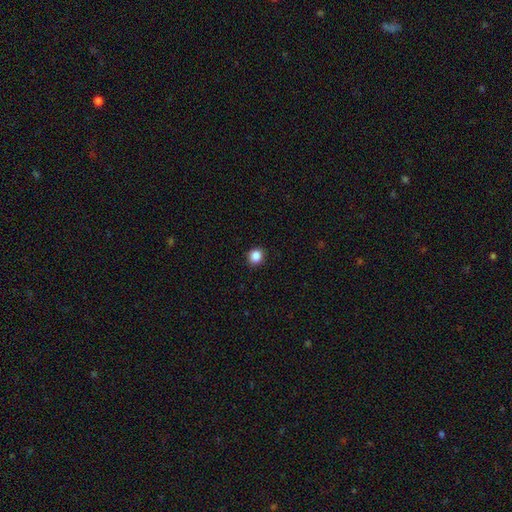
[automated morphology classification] Smooth or featured?
  - smooth: 86% *
  - star or artifact: 10%
  - featured or disk: 3%
How rounded?
  - round: 81% *
  - in between: 18%
  - cigar-shaped: 1%
Merging?
  - none: 91% *
  - minor disturbance: 6%
  - major disturbance: 2%
  - merger: 1%